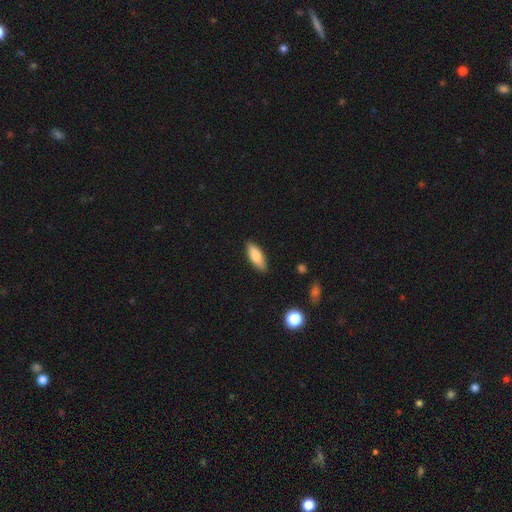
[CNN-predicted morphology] Smooth or featured? Predicted: smooth (p=0.81). How rounded? Predicted: in between (p=0.71). Merging? Predicted: none (p=0.86).